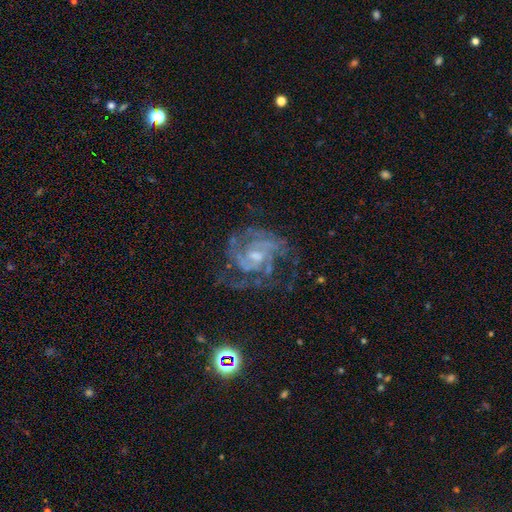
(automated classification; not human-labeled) Smooth or featured? featured or disk (86%)
Edge-on disk? no (98%)
Bar? weak (50%)
Spiral arms? yes (93%)
Spiral winding? tight (46%)
Spiral arm count? 2 (35%)
Bulge size? small (45%)
Merging? none (56%)